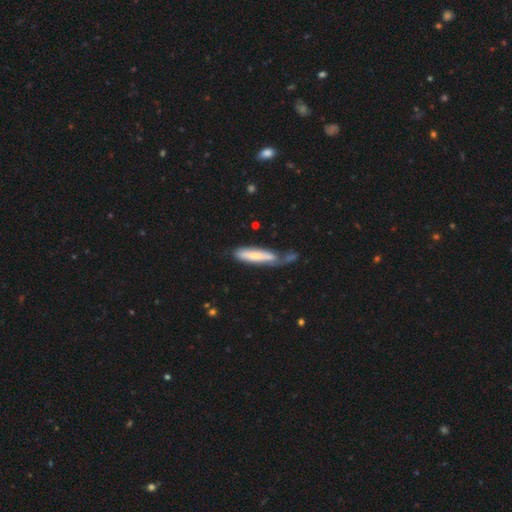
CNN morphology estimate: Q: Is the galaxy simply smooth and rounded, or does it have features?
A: smooth — 62%.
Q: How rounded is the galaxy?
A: cigar-shaped — 79%.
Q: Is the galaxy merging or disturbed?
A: none — 36%.